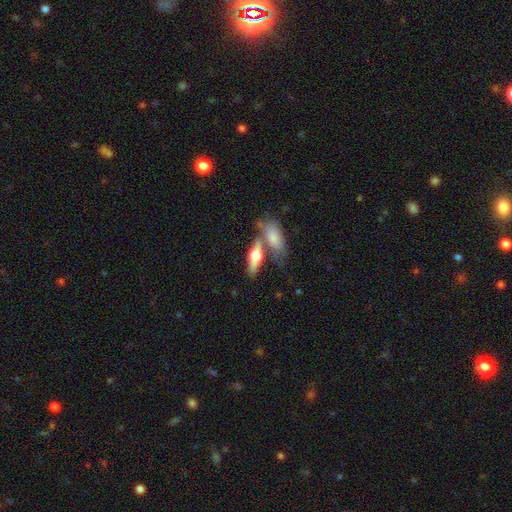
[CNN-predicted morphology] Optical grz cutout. It shows a smooth galaxy with no disk features (57%) that is in between round and cigar-shaped (57%). Merging: none (44%).